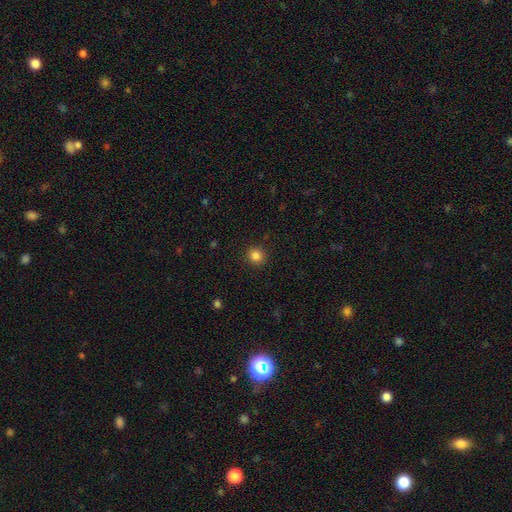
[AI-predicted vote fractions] This is clearly a smooth galaxy (85%). How rounded: clearly round (92%). Merging: clearly none (91%).